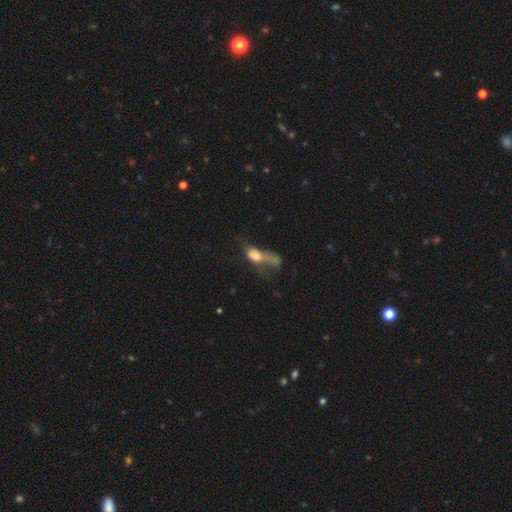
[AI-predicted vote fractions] A smooth galaxy with no disk features (57%) that is in between round and cigar-shaped (69%).

Vote fractions:
- Smooth or featured? smooth: 57% / featured or disk: 31% / star or artifact: 12%
- How rounded? in between: 69% / round: 17% / cigar-shaped: 14%
- Merging? major disturbance: 43% / merger: 29% / none: 15% / minor disturbance: 13%